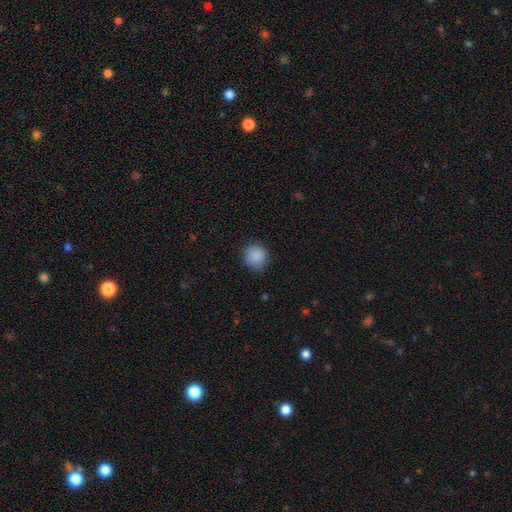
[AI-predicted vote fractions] Smooth or featured? Predicted: smooth (p=0.89). How rounded? Predicted: round (p=0.90). Merging? Predicted: none (p=0.84).